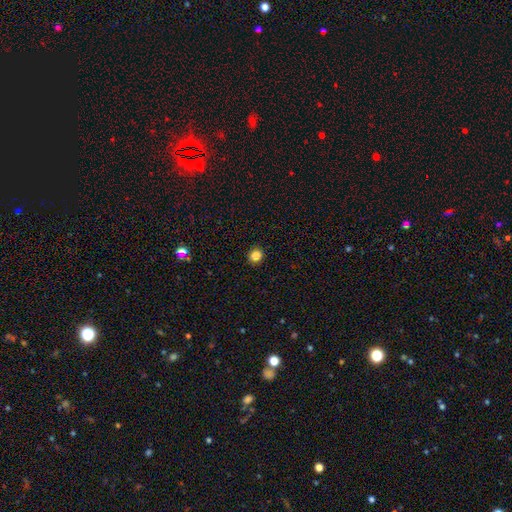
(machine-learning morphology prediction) Smooth or featured? smooth (84%)
How rounded? round (85%)
Merging? none (92%)